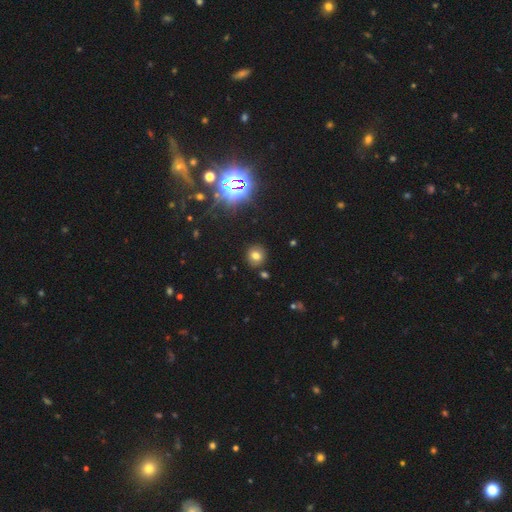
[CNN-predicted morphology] This appears to be a smooth galaxy with no disk features (71%) that is round (85%). Merging: none (87%).